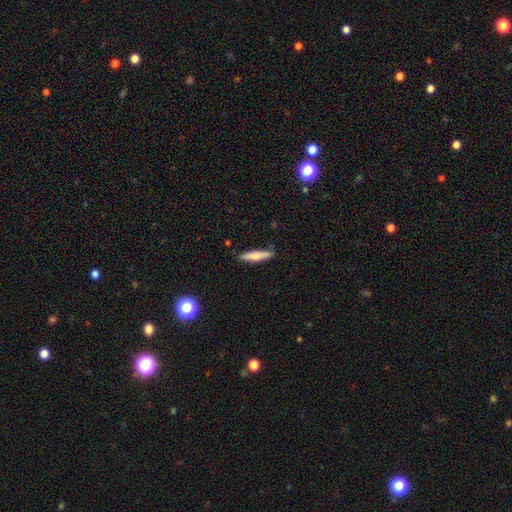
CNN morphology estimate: Smooth or featured?
  - smooth: 68% *
  - featured or disk: 26%
  - star or artifact: 6%
How rounded?
  - cigar-shaped: 84% *
  - in between: 14%
  - round: 2%
Merging?
  - none: 86% *
  - minor disturbance: 11%
  - major disturbance: 2%
  - merger: 1%